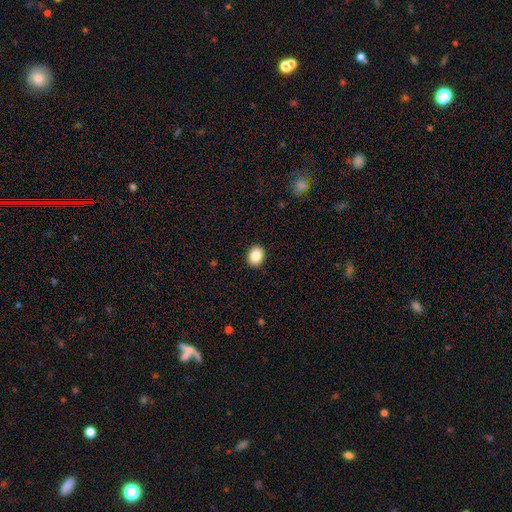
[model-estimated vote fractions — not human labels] Smooth or featured: smooth — 88% (star or artifact — 9%)
How rounded: round — 50% (in between — 49%)
Merging: none — 91% (minor disturbance — 6%)